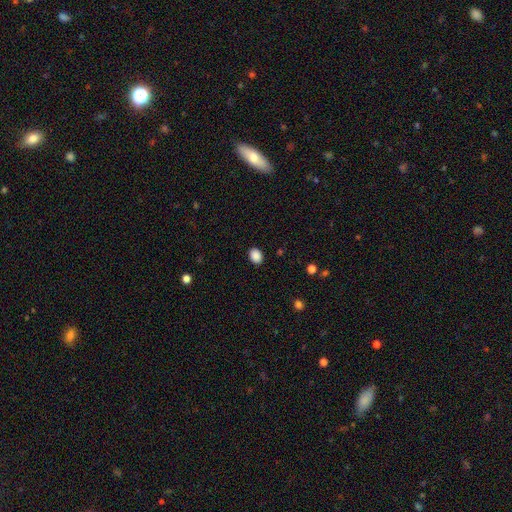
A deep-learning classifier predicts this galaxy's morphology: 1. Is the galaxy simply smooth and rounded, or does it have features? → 88% smooth, 9% star or artifact, 3% featured or disk.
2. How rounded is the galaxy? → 63% in between, 36% round, 1% cigar-shaped.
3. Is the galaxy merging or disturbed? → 90% none, 7% minor disturbance, 2% major disturbance, 1% merger.